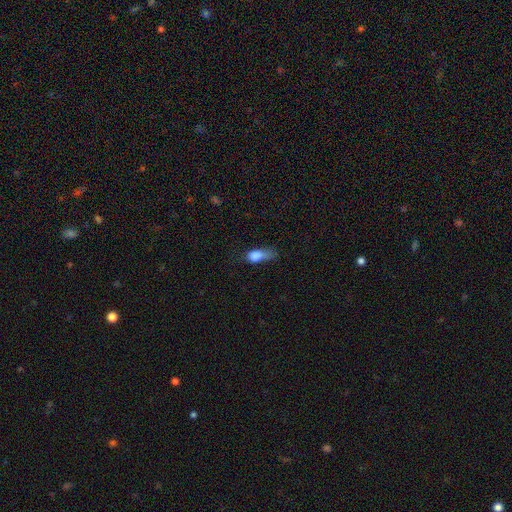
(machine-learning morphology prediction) Smooth or featured: smooth — 78% (featured or disk — 12%)
How rounded: in between — 73% (cigar-shaped — 16%)
Merging: major disturbance — 40% (minor disturbance — 32%)